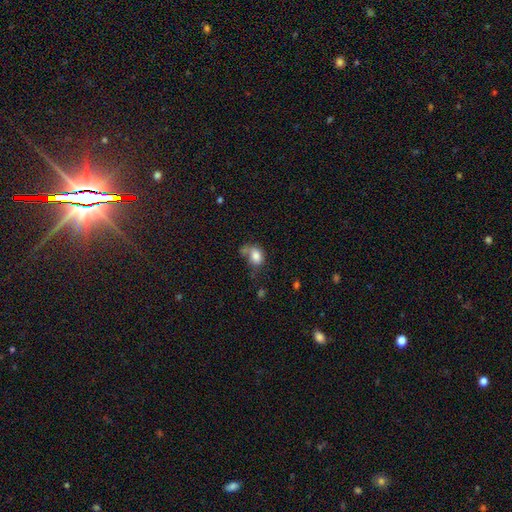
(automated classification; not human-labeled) Overall: smooth (81%). How rounded: in between (67%; round 32%). Merging: none (39%; merger 25%).